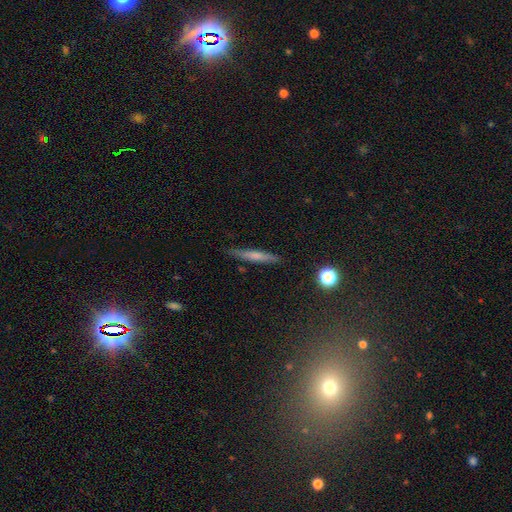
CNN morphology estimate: Smooth or featured?
  - smooth: 55% *
  - featured or disk: 36%
  - star or artifact: 9%
How rounded?
  - cigar-shaped: 93% *
  - in between: 5%
  - round: 2%
Merging?
  - none: 86% *
  - minor disturbance: 10%
  - major disturbance: 2%
  - merger: 2%